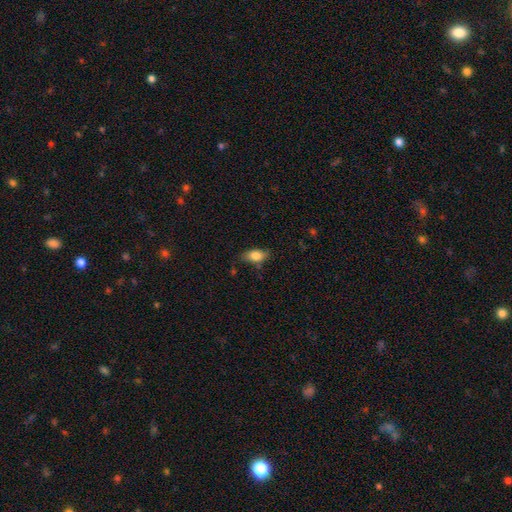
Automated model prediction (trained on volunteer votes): smooth 81%, featured or disk 11%, star or artifact 8%. Down the decision tree: how rounded — in between (86%); merging — none (74%).